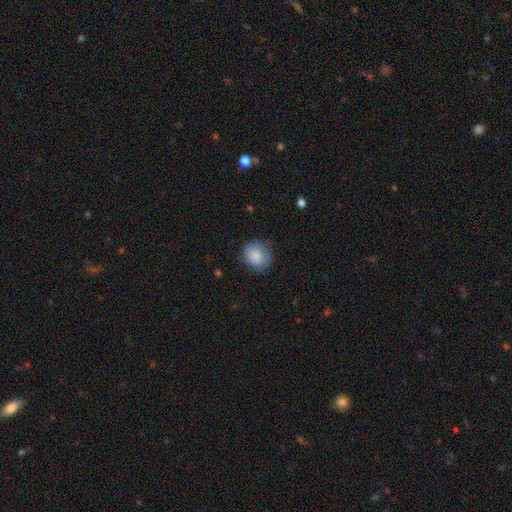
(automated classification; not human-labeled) Morphology: type=smooth (85%); roundness=round (82%); merging=none (74%).